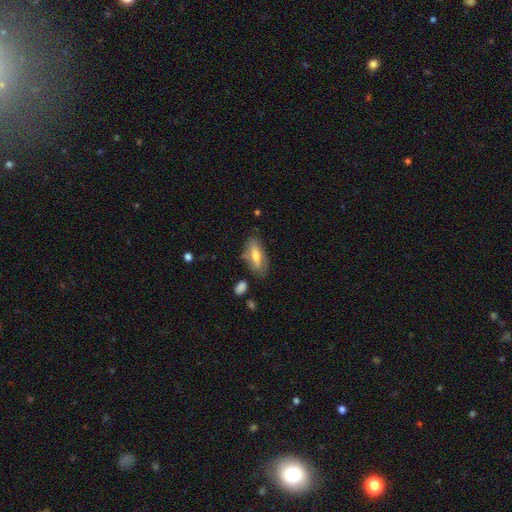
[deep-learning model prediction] A smooth galaxy with no disk features (57%) that is in between round and cigar-shaped (75%). Merging: none (70%).